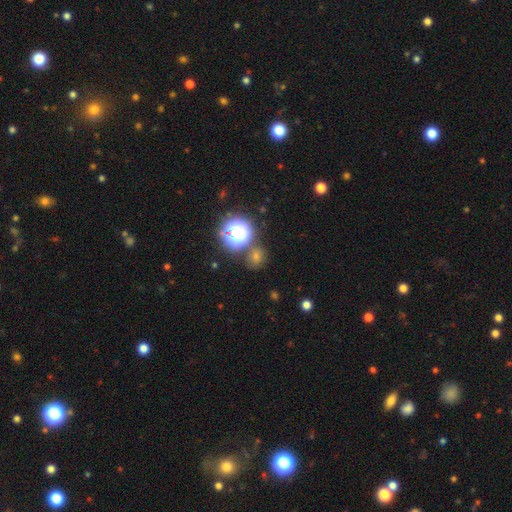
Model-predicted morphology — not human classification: type=star or artifact (49%).